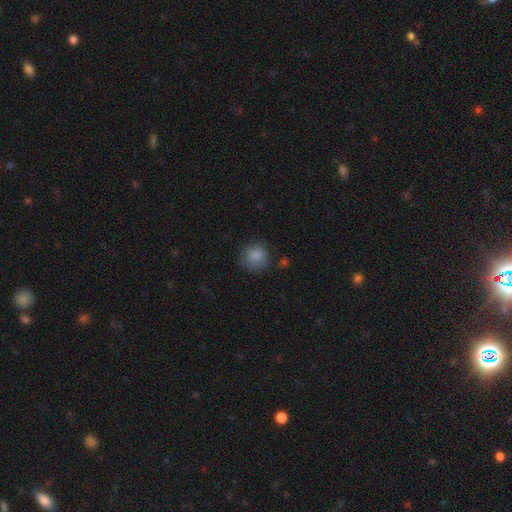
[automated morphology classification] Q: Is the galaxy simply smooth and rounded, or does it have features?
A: smooth — 83%.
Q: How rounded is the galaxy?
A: round — 82%.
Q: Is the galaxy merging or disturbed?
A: none — 65%.